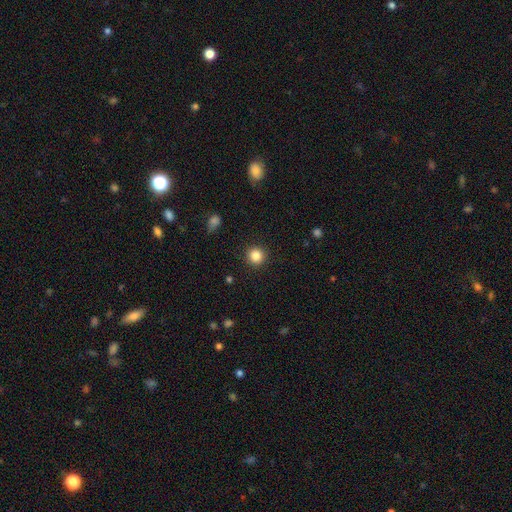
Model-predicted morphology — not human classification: Smooth or featured? smooth (85%)
How rounded? round (94%)
Merging? none (91%)